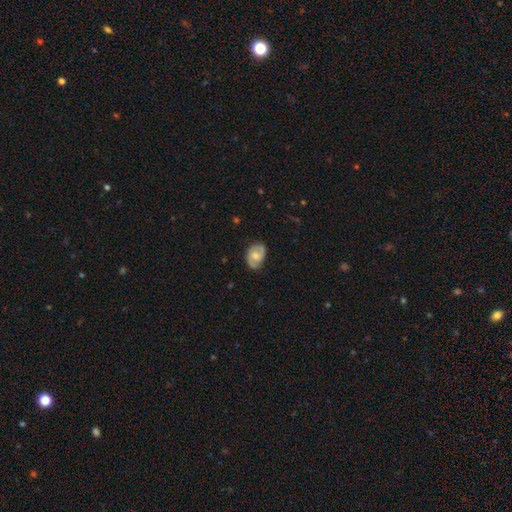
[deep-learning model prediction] Smooth or featured?
  - featured or disk: 60% *
  - smooth: 34%
  - star or artifact: 7%
Edge-on disk?
  - no: 97% *
  - yes: 3%
Bar?
  - no: 51% *
  - weak: 41%
  - strong: 8%
Spiral arms?
  - yes: 88% *
  - no: 12%
Spiral winding?
  - medium: 47% *
  - tight: 33%
  - loose: 20%
Spiral arm count?
  - 2: 84% *
  - can't tell: 9%
  - 1: 3%
  - 3: 1%
  - 4: 1%
  - more than 4: 1%
Bulge size?
  - moderate: 54% *
  - small: 33%
  - none: 6%
  - large: 5%
  - dominant: 1%
Merging?
  - none: 77% *
  - minor disturbance: 18%
  - major disturbance: 4%
  - merger: 1%